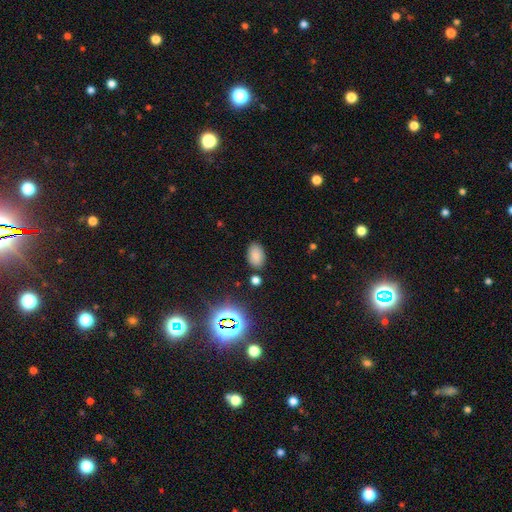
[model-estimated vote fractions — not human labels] smooth 77%, star or artifact 16%, featured or disk 8%. Down the decision tree: how rounded — in between (88%); merging — none (82%).